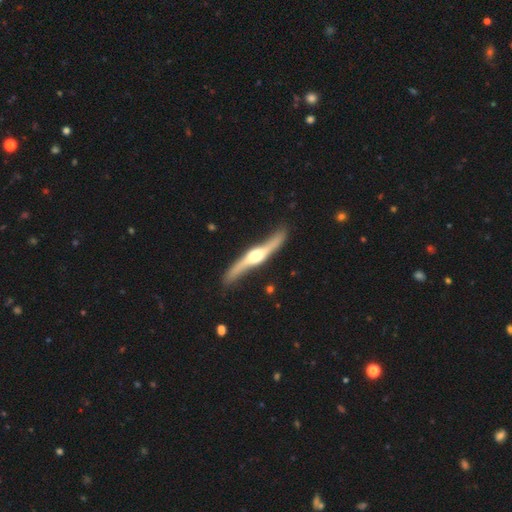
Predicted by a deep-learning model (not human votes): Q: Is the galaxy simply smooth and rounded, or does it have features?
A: featured or disk — 83%.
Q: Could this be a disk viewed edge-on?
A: yes — 88%.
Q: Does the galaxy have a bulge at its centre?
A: rounded — 92%.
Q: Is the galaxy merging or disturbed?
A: none — 81%.